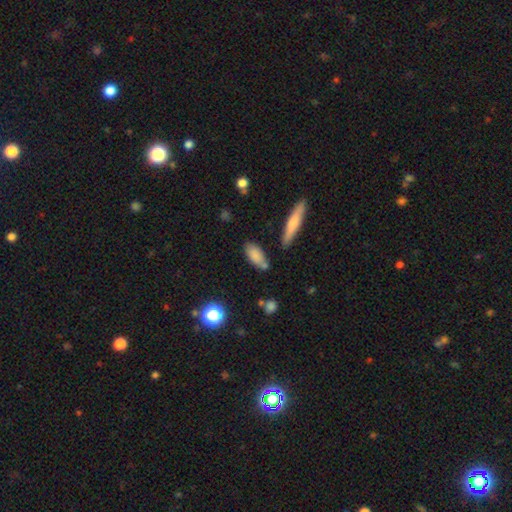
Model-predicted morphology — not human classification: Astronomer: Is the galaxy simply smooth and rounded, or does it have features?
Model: smooth — 81%.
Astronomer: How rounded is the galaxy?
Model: in between — 83%.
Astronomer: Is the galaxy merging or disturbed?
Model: none — 66%.